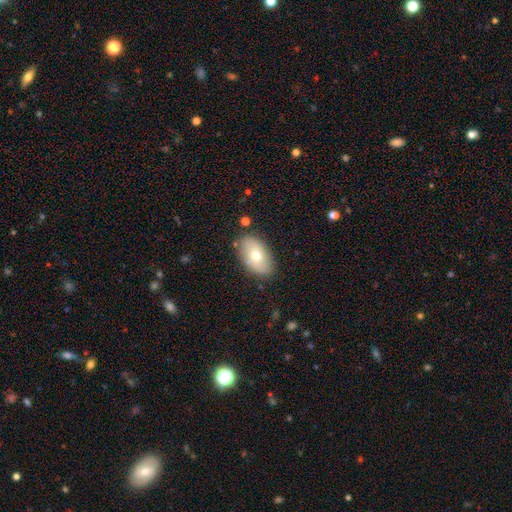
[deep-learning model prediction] Smooth or featured?
  - smooth: 67% *
  - featured or disk: 26%
  - star or artifact: 7%
How rounded?
  - in between: 92% *
  - round: 7%
  - cigar-shaped: 2%
Merging?
  - none: 83% *
  - minor disturbance: 12%
  - major disturbance: 3%
  - merger: 2%